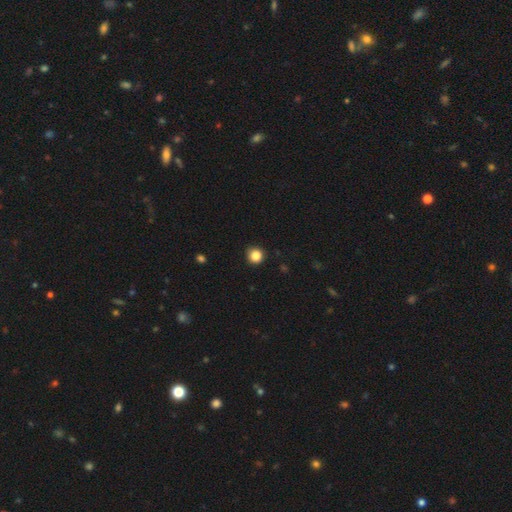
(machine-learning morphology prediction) Smooth or featured: smooth — 86% (star or artifact — 11%)
How rounded: round — 94% (in between — 5%)
Merging: none — 90% (minor disturbance — 7%)